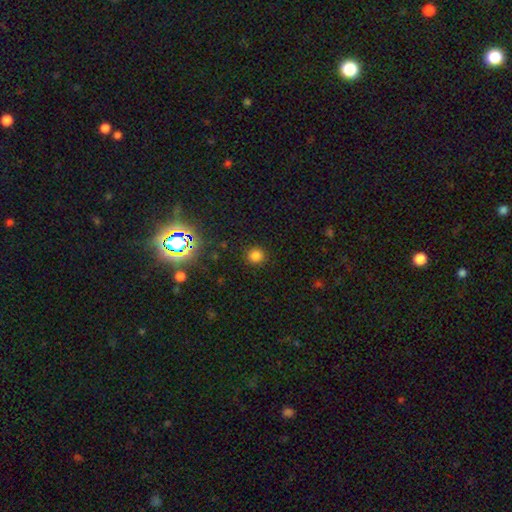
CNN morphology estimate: Smooth or featured? smooth (78%)
How rounded? round (88%)
Merging? none (88%)